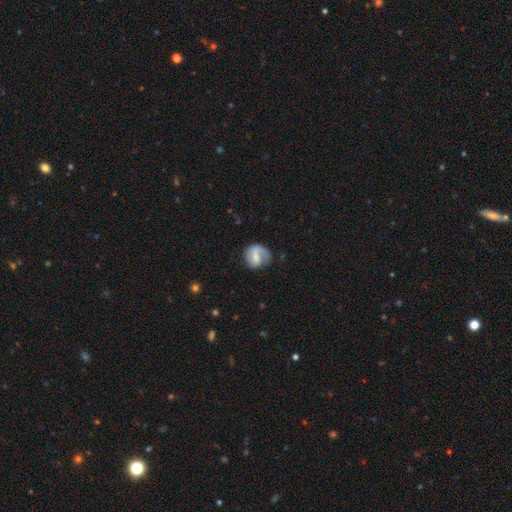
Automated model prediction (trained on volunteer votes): Smooth or featured: featured or disk — 69% (smooth — 25%)
Edge-on disk: no — 98% (yes — 2%)
Bar: weak — 50% (strong — 27%)
Spiral arms: yes — 89% (no — 11%)
Spiral winding: medium — 42% (loose — 35%)
Spiral arm count: 2 — 62% (1 — 29%)
Bulge size: small — 49% (moderate — 36%)
Merging: none — 63% (minor disturbance — 22%)